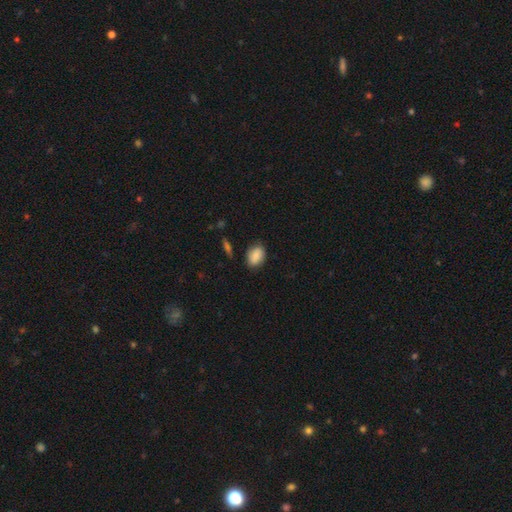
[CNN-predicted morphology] This is clearly a smooth galaxy (86%). How rounded: clearly in between (85%). Merging: likely none (80%).